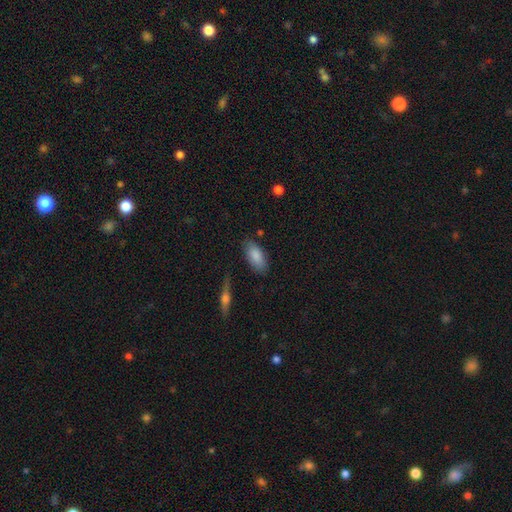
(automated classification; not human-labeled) This appears to be a smooth galaxy with no disk features (86%) that is in between round and cigar-shaped (88%). Merging: none (81%).